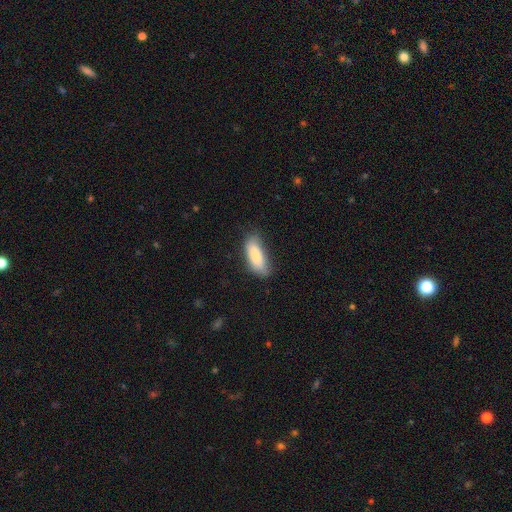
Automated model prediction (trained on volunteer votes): This appears to be a smooth galaxy with no disk features (86%) that is in between round and cigar-shaped (71%). Merging: none (68%).